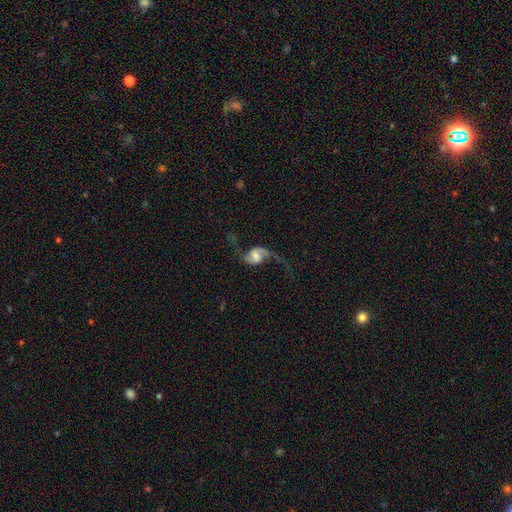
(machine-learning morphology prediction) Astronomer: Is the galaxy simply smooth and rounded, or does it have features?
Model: featured or disk — 80%.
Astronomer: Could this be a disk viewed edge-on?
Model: no — 97%.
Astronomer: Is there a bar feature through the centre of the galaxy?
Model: weak — 46% (runner-up: no, 36%).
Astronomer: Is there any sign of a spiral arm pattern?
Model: yes — 94%.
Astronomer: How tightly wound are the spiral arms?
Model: loose — 84%.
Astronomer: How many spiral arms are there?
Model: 2 — 84%.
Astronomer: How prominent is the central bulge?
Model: moderate — 36% (runner-up: small, 25%).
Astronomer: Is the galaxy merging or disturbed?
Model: none — 52% (runner-up: major disturbance, 29%).